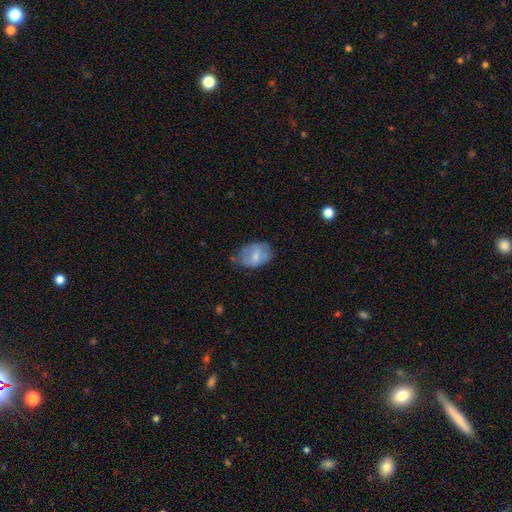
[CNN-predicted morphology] smooth 64%, featured or disk 29%, star or artifact 7%. Down the decision tree: how rounded — in between (81%); merging — none (51%).